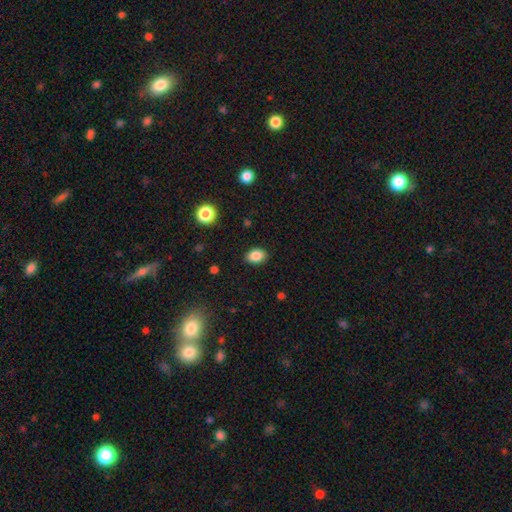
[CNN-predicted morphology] A smooth galaxy with no disk features (86%) that is in between round and cigar-shaped (76%).

Vote fractions:
- Smooth or featured? smooth: 86% / star or artifact: 9% / featured or disk: 4%
- How rounded? in between: 76% / round: 23% / cigar-shaped: 1%
- Merging? none: 87% / minor disturbance: 10% / major disturbance: 3% / merger: 1%